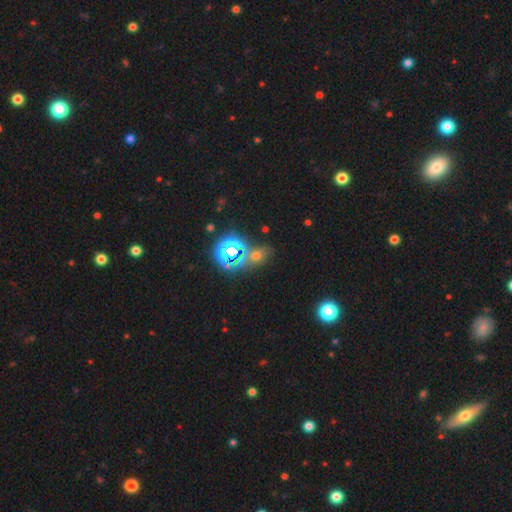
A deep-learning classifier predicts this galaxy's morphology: The model was most divided on "smooth or featured": star or artifact: 54%, smooth: 36%, featured or disk: 10%.